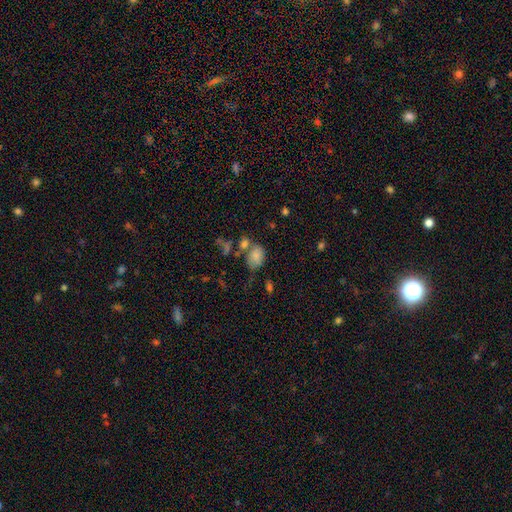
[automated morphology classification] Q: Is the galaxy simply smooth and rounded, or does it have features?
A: smooth — 79%.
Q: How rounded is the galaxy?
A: in between — 71%.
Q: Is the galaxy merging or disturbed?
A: none — 45%.